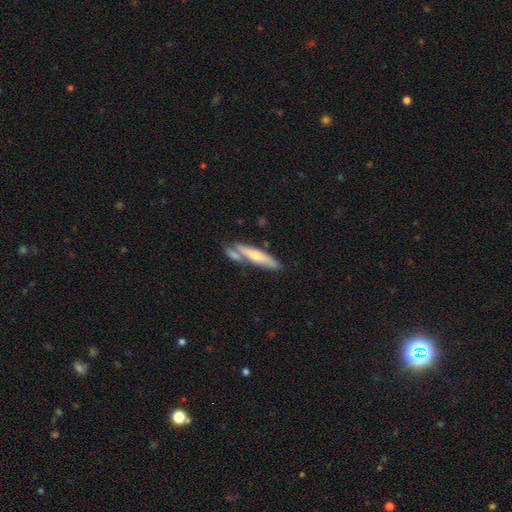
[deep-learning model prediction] smooth 56%, featured or disk 39%, star or artifact 5%. Down the decision tree: how rounded — cigar-shaped (78%); merging — none (57%).